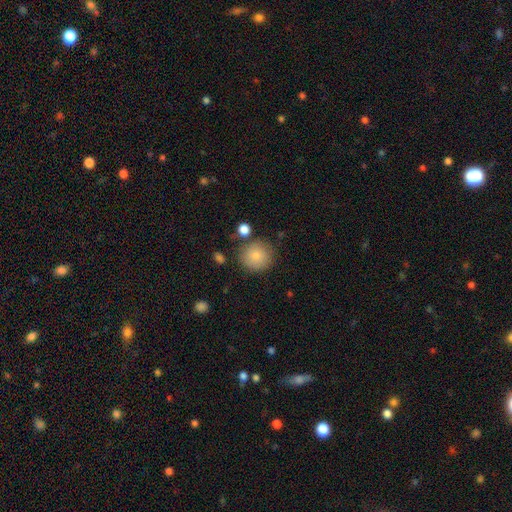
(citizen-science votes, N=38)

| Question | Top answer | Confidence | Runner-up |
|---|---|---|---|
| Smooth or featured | smooth | 89% | featured or disk (11%) |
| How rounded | round | 91% | in between (9%) |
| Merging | none | 84% | minor disturbance (8%) |